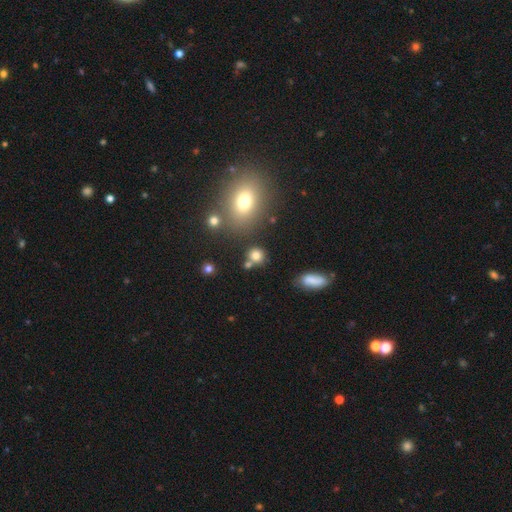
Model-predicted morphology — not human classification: The model was most divided on "merging": none: 69%, merger: 17%, minor disturbance: 10%, major disturbance: 4%. More confident: how rounded — round (81%); smooth or featured — smooth (79%).